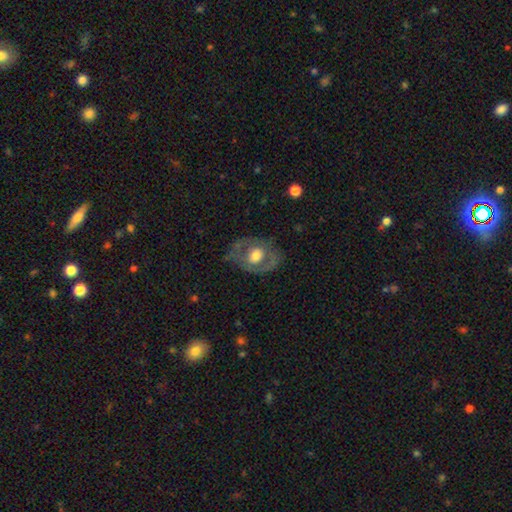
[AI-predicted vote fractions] Smooth or featured? featured or disk (56%)
Edge-on disk? no (93%)
Bar? no (79%)
Spiral arms? no (74%)
Bulge size? moderate (52%)
Merging? none (65%)